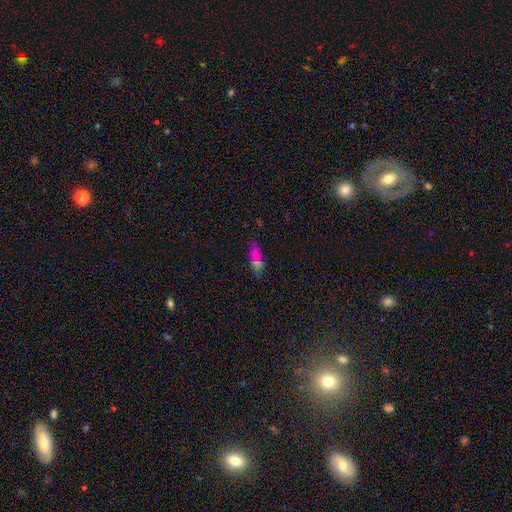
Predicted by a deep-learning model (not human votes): This appears to be a smooth galaxy with no disk features (69%) that is in between round and cigar-shaped (72%). Merging: none (73%).